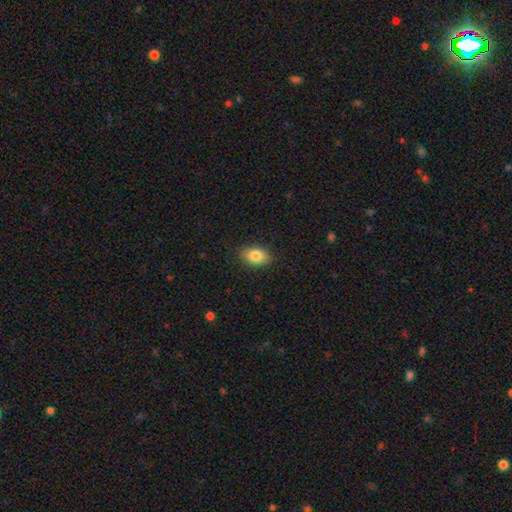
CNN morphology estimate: This appears to be a smooth galaxy with no disk features (83%) that is in between round and cigar-shaped (83%). Merging: none (87%).